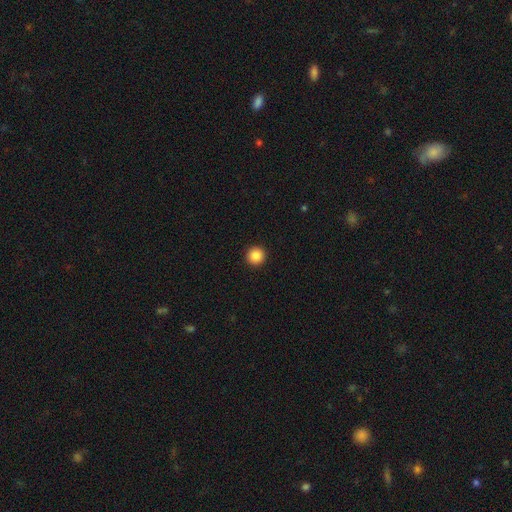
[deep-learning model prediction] This is clearly a smooth galaxy (87%). How rounded: clearly round (96%). Merging: clearly none (94%).